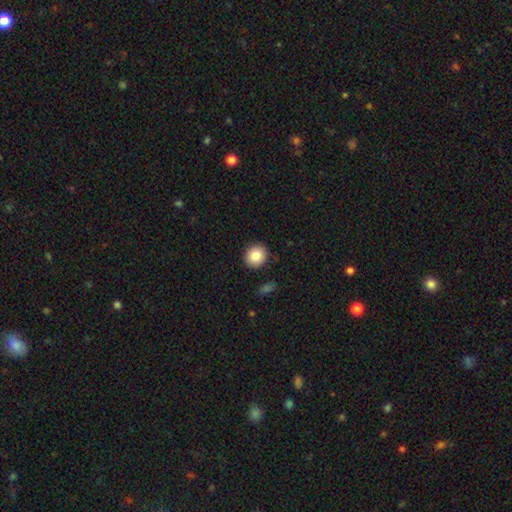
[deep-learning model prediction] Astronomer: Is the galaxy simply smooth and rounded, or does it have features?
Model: smooth — 86%.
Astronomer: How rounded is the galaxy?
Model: round — 79%.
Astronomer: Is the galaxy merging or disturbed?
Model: none — 89%.